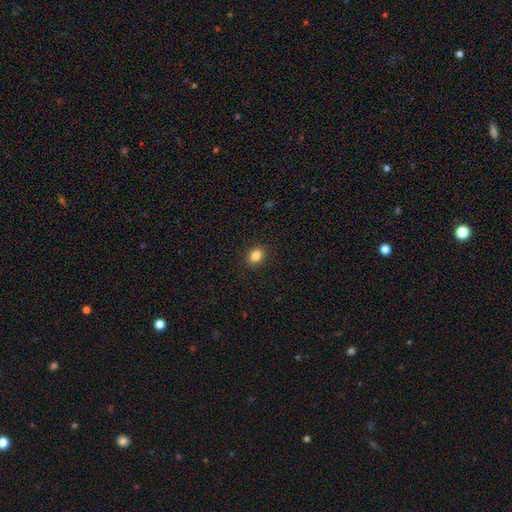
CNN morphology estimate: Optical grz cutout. It shows a smooth galaxy with no disk features (85%) that is round (51%). Merging: none (91%).